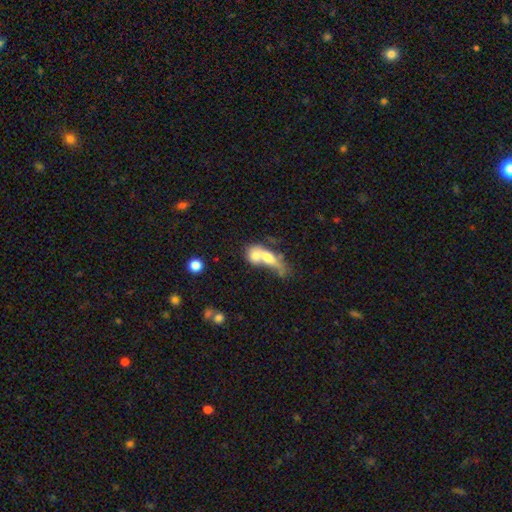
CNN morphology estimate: This is possibly a smooth galaxy (59%). How rounded: possibly in between (53%). Merging: likely merger (72%).